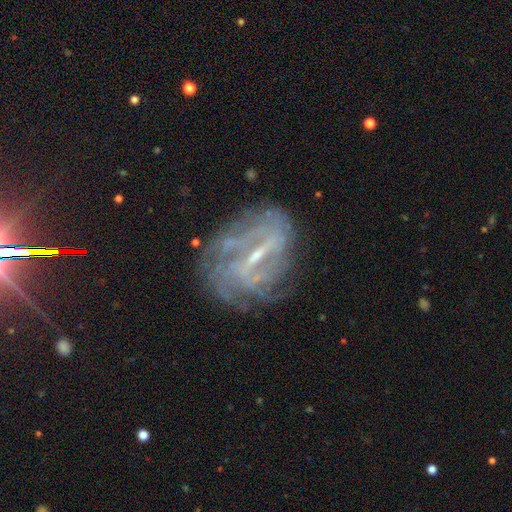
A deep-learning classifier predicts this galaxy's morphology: This appears to be a featured or disk galaxy (77%) with a strong bar (51%), tight (59%) spiral arms (81%) and a small central bulge (66%). Merging: none (67%).